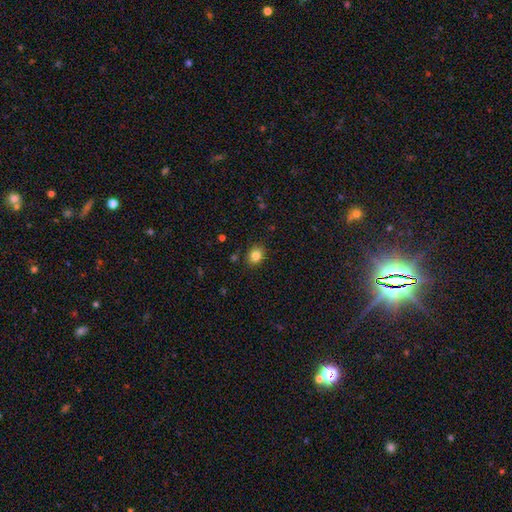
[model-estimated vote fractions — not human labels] smooth-or-featured: smooth: 83% | star or artifact: 11% | featured or disk: 6%
  how-rounded: round: 59% | in between: 40% | cigar-shaped: 1%
  merging: none: 86% | minor disturbance: 10% | major disturbance: 2% | merger: 2%